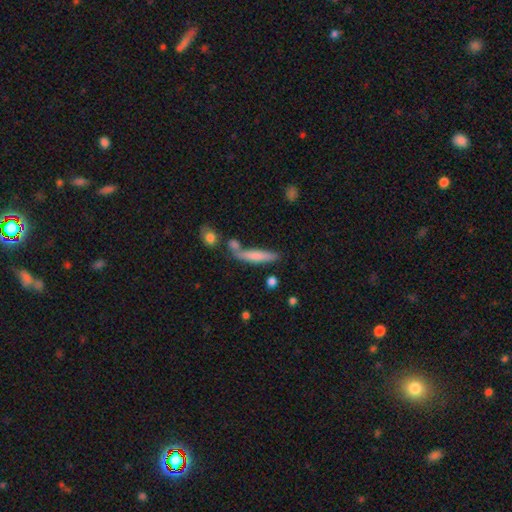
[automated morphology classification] Smooth or featured: smooth — 70% (featured or disk — 24%)
How rounded: cigar-shaped — 87% (in between — 11%)
Merging: none — 66% (minor disturbance — 16%)